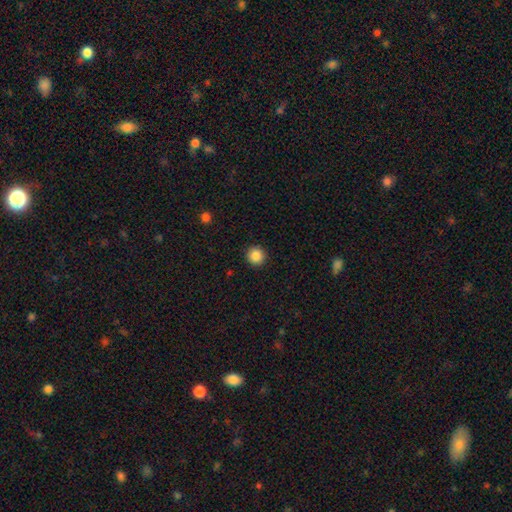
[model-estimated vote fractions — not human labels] Morphology: type=smooth (87%); roundness=round (95%); merging=none (93%).